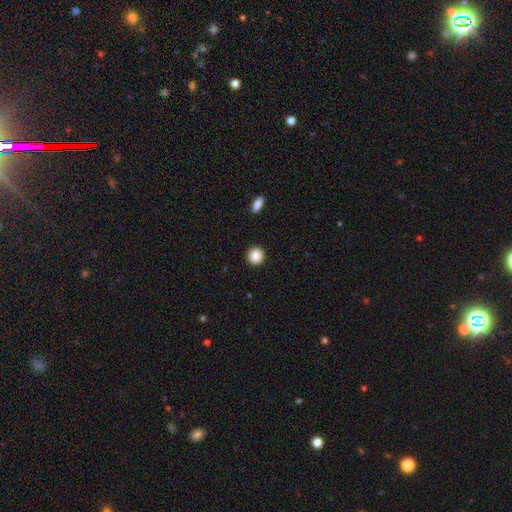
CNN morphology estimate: The model was most divided on "smooth or featured": smooth: 88%, star or artifact: 9%, featured or disk: 3%. More confident: how rounded — round (94%); merging — none (93%).